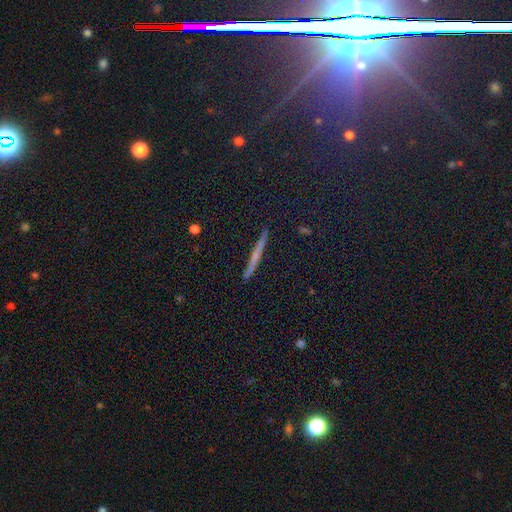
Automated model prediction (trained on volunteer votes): Overall: featured or disk (50%; smooth 34%). Merging: none (91%).